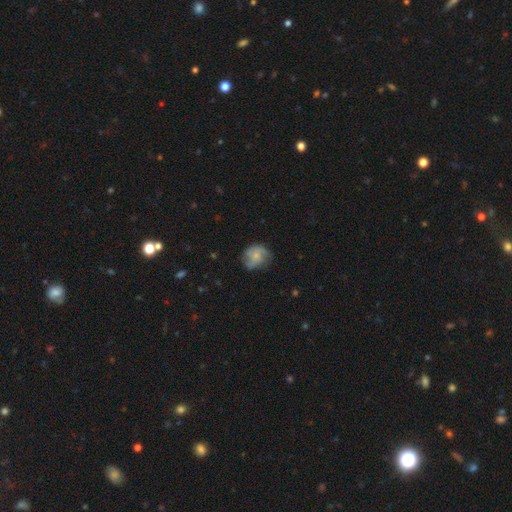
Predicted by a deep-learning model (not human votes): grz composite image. It shows a smooth galaxy with no disk features (49%). Merging: none (61%).